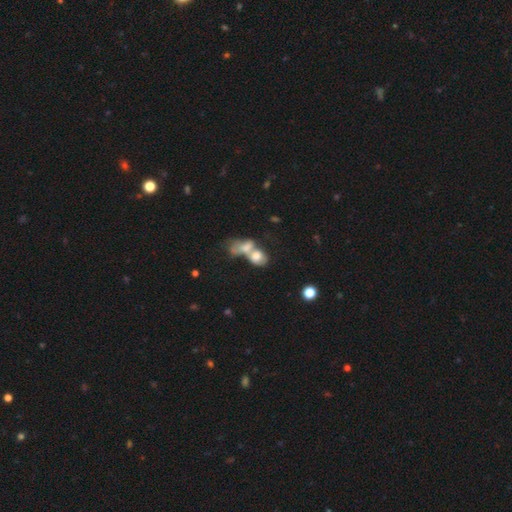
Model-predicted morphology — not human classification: Q: Smooth or featured?
A: smooth (63%); runner-up: featured or disk (26%)
Q: How rounded?
A: in between (67%); runner-up: round (30%)
Q: Merging?
A: merger (74%); runner-up: none (12%)